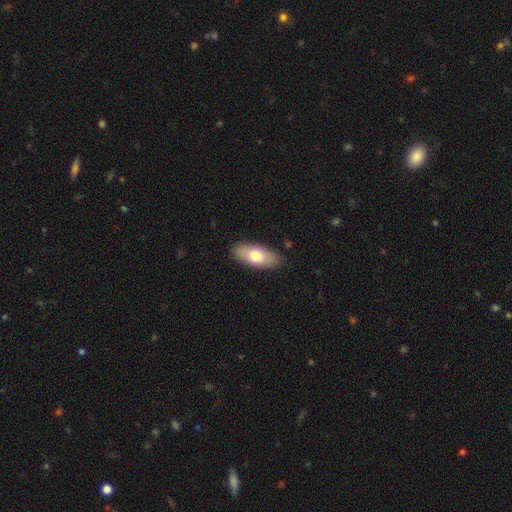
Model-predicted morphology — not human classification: Smooth or featured?
  - smooth: 71% *
  - featured or disk: 23%
  - star or artifact: 6%
How rounded?
  - in between: 85% *
  - cigar-shaped: 12%
  - round: 3%
Merging?
  - none: 87% *
  - minor disturbance: 10%
  - major disturbance: 2%
  - merger: 1%